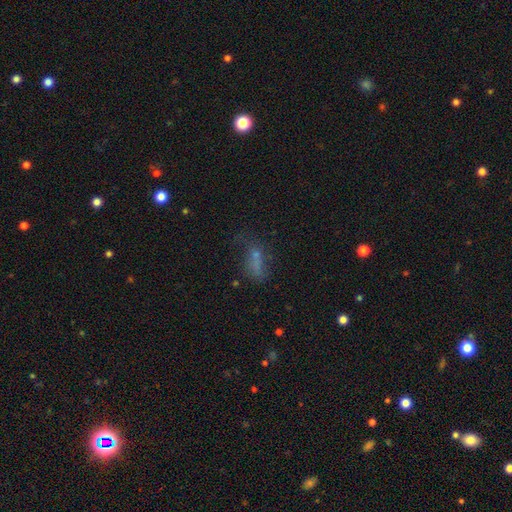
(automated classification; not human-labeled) This is possibly a smooth galaxy (53%). How rounded: likely in between (61%). Merging: possibly none (46%).